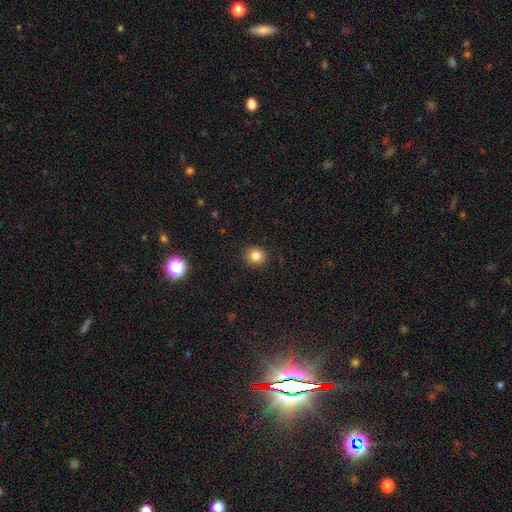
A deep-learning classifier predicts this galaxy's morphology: The model was most divided on "how rounded": round: 85%, in between: 14%, cigar-shaped: 1%. More confident: merging — none (90%); smooth or featured — smooth (84%).